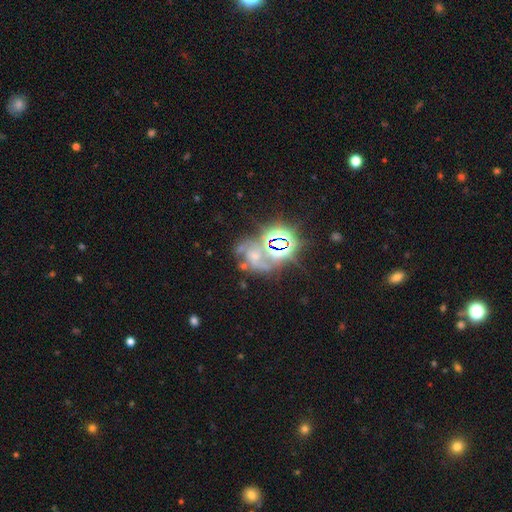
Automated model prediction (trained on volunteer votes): Smooth or featured? star or artifact (43%)